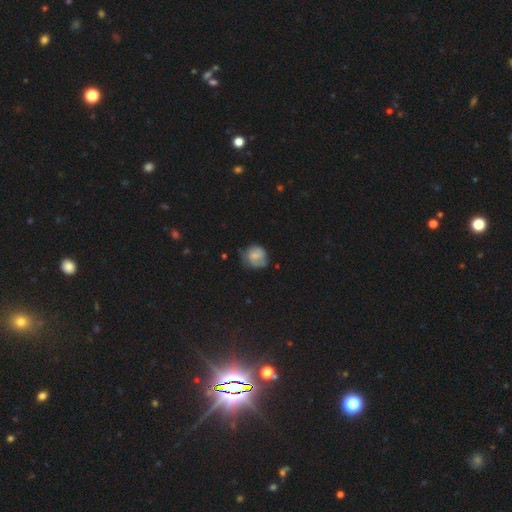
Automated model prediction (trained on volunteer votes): A smooth galaxy with no disk features (67%) that is round (76%).

Vote fractions:
- Smooth or featured? smooth: 67% / featured or disk: 24% / star or artifact: 9%
- How rounded? round: 76% / in between: 23% / cigar-shaped: 1%
- Merging? none: 53% / minor disturbance: 32% / major disturbance: 12% / merger: 2%